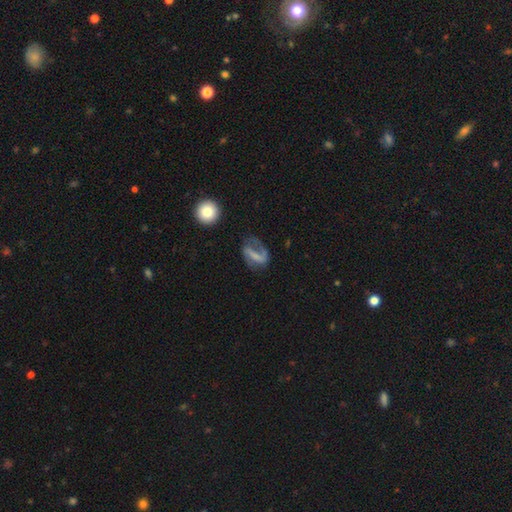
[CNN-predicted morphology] Smooth or featured? Predicted: featured or disk (p=0.59). Edge-on disk? Predicted: no (p=0.94). Bar? Predicted: strong (p=0.53). Spiral arms? Predicted: yes (p=0.70). Bulge size? Predicted: none (p=0.55). Merging? Predicted: none (p=0.44).